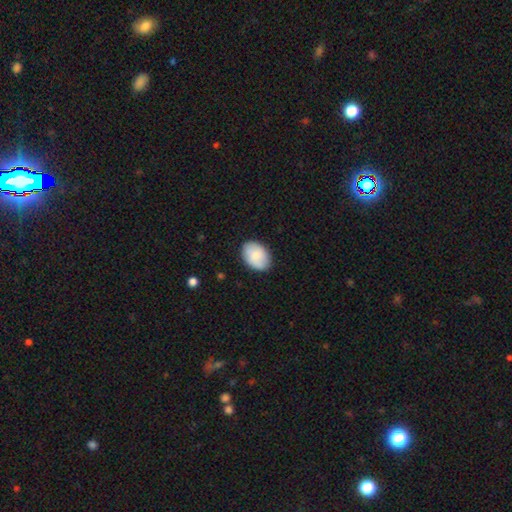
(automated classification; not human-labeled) Smooth or featured? Predicted: smooth (p=0.83). How rounded? Predicted: in between (p=0.82). Merging? Predicted: none (p=0.85).